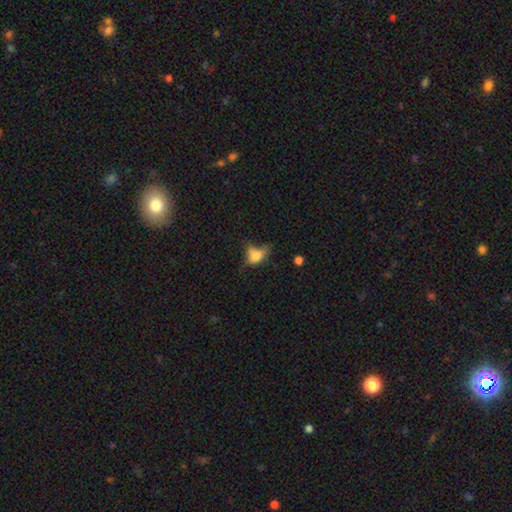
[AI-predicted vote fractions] Overall: smooth (60%; featured or disk 26%). How rounded: in between (75%). Merging: none (35%; major disturbance 26%).